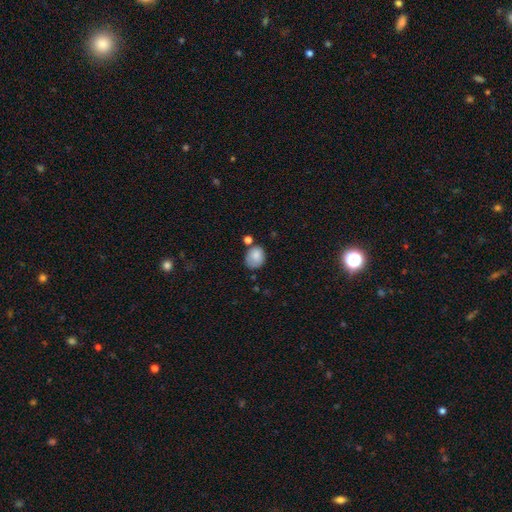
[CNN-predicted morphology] A smooth galaxy with no disk features (83%) that is round (55%). Merging: none (56%).